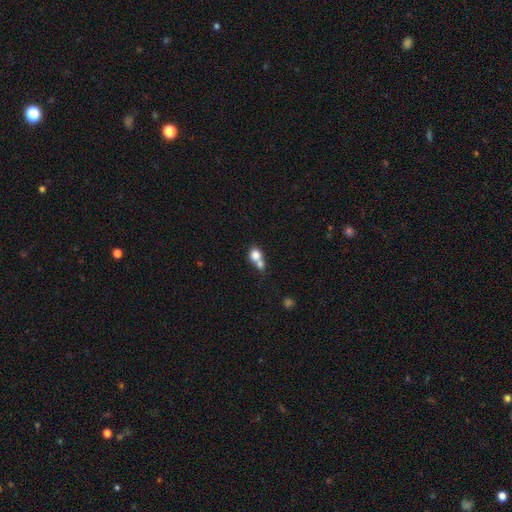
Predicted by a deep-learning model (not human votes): Q: Smooth or featured?
A: smooth (77%); runner-up: featured or disk (13%)
Q: How rounded?
A: round (67%); runner-up: in between (31%)
Q: Merging?
A: merger (65%); runner-up: none (25%)